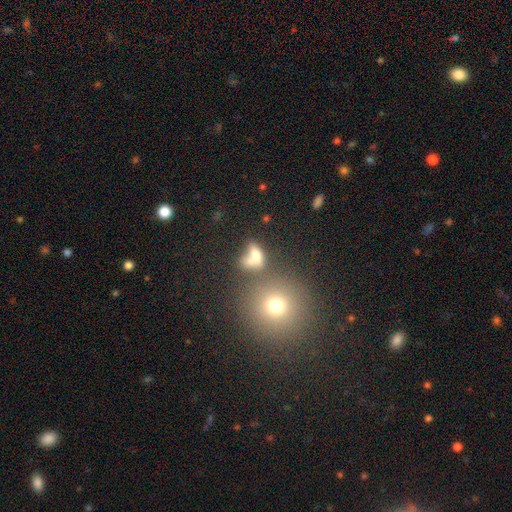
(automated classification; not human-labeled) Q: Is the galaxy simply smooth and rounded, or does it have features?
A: smooth — 68%.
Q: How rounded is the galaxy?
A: in between — 68%.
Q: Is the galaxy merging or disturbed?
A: merger — 38%.